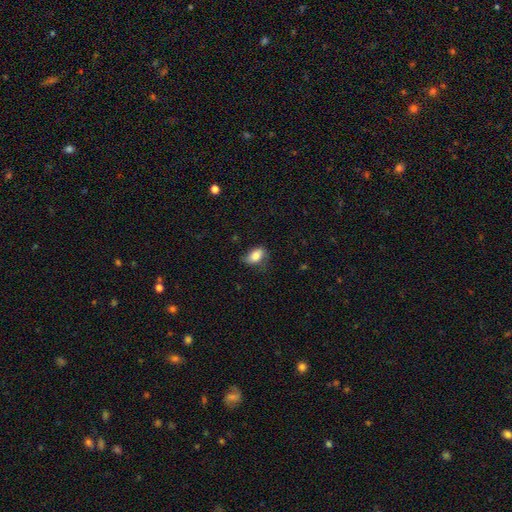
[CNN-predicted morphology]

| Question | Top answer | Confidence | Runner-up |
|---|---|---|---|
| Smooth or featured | smooth | 82% | featured or disk (10%) |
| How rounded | in between | 87% | round (10%) |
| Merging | none | 58% | minor disturbance (31%) |